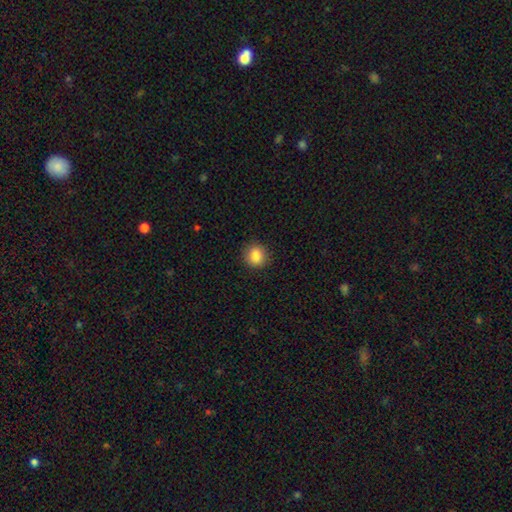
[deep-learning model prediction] This appears to be a smooth galaxy with no disk features (86%) that is round (83%). Merging: none (90%).